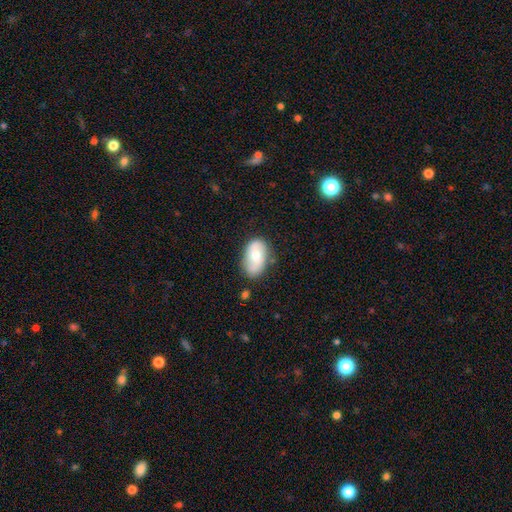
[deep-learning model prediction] This appears to be a smooth galaxy with no disk features (59%) that is in between round and cigar-shaped (91%). Merging: none (71%).